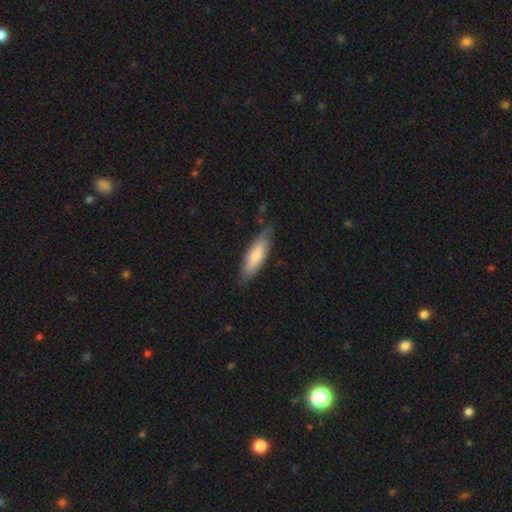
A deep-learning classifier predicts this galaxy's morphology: smooth-or-featured: smooth: 75% | featured or disk: 20% | star or artifact: 5%
  how-rounded: in between: 56% | cigar-shaped: 43% | round: 2%
  merging: none: 74% | minor disturbance: 21% | major disturbance: 4% | merger: 1%